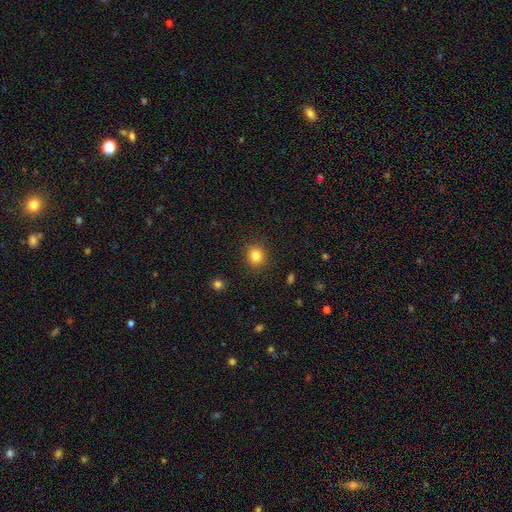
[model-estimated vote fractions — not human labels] Smooth or featured: smooth — 83% (star or artifact — 11%)
How rounded: round — 79% (in between — 20%)
Merging: none — 89% (minor disturbance — 8%)